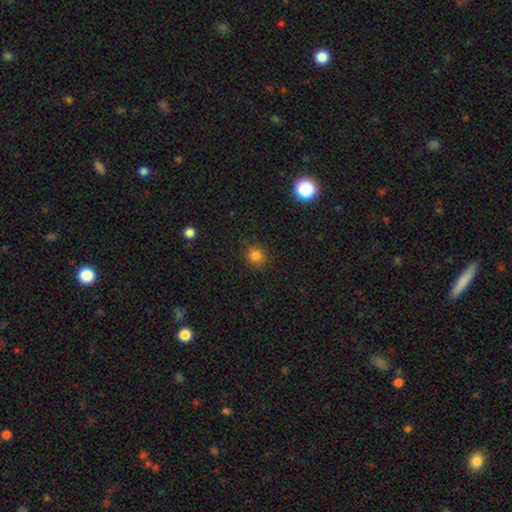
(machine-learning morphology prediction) smooth-or-featured: smooth: 82% | star or artifact: 14% | featured or disk: 4%
  how-rounded: round: 90% | in between: 9% | cigar-shaped: 1%
  merging: none: 87% | minor disturbance: 8% | major disturbance: 3% | merger: 1%